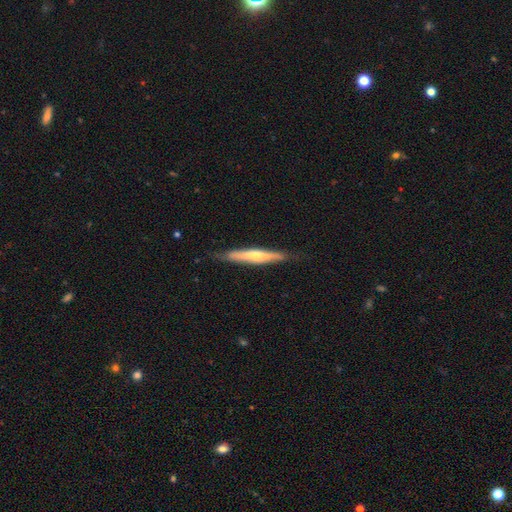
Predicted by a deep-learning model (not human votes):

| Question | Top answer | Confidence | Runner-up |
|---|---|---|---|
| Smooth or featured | featured or disk | 58% | smooth (36%) |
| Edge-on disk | yes | 93% | no (7%) |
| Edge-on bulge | rounded | 76% | none (19%) |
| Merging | none | 82% | minor disturbance (14%) |